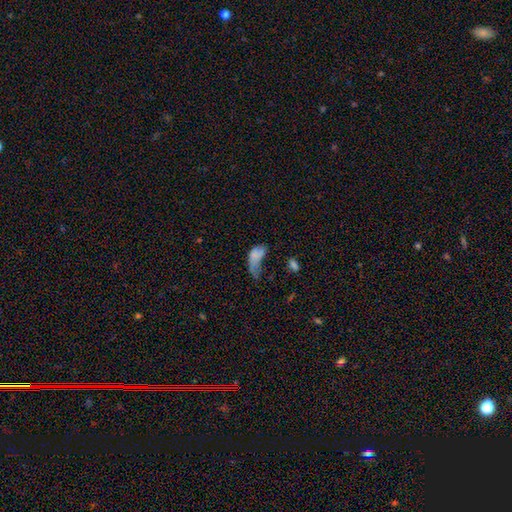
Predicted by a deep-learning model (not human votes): A smooth galaxy with no disk features (65%) that is in between round and cigar-shaped (87%). Merging: major disturbance (55%).